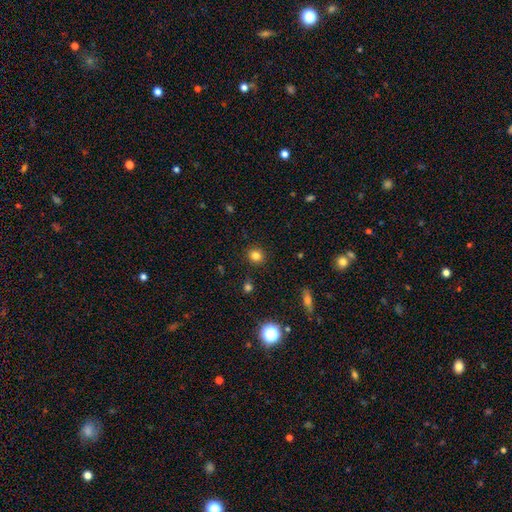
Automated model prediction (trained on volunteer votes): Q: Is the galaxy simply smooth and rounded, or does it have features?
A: smooth — 80%.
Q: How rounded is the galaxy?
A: round — 84%.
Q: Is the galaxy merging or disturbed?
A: none — 90%.